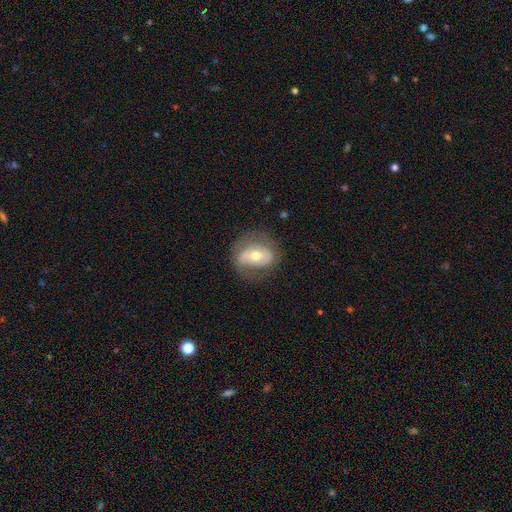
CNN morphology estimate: smooth-or-featured: featured or disk: 60% | smooth: 33% | star or artifact: 8%
  disk-edge-on: no: 94% | yes: 6%
    bar: no: 44% | weak: 31% | strong: 25%
    has-spiral-arms: yes: 66% | no: 34%
    bulge-size: moderate: 59% | small: 35% | large: 4% | dominant: 1% | none: 1%
  merging: none: 63% | minor disturbance: 22% | major disturbance: 14% | merger: 1%